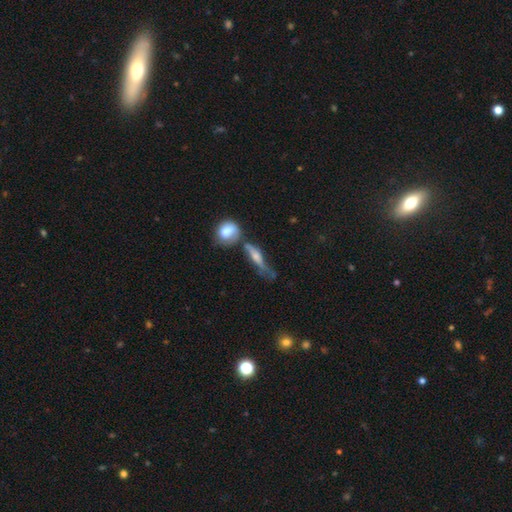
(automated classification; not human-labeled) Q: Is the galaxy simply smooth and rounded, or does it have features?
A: featured or disk — 53%.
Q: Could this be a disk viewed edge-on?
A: yes — 69%.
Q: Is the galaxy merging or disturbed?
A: none — 39%.